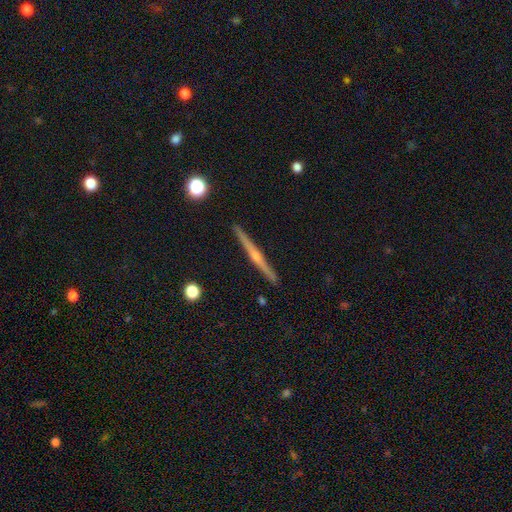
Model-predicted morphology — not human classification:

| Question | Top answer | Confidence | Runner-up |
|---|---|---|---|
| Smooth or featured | featured or disk | 77% | smooth (17%) |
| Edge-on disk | yes | 98% | no (2%) |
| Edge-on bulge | rounded | 77% | none (17%) |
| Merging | none | 92% | minor disturbance (5%) |